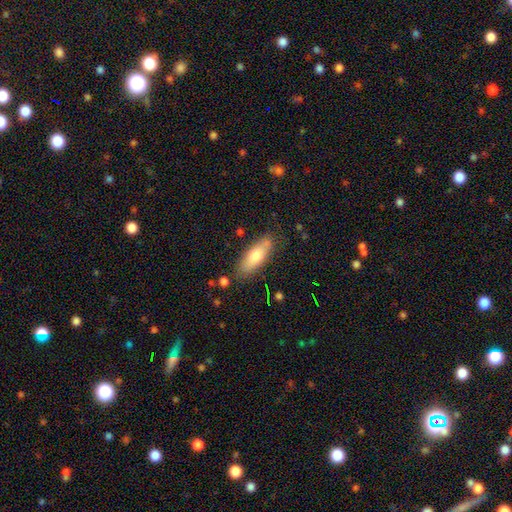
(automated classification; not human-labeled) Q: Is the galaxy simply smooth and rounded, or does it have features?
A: smooth — 68%.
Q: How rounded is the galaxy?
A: in between — 61%.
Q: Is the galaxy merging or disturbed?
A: none — 79%.